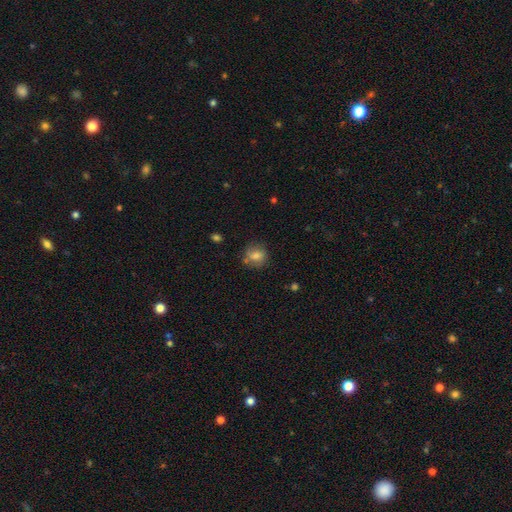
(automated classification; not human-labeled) smooth-or-featured: smooth: 75% | featured or disk: 15% | star or artifact: 11%
  how-rounded: round: 72% | in between: 27% | cigar-shaped: 1%
  merging: none: 69% | minor disturbance: 19% | major disturbance: 6% | merger: 6%